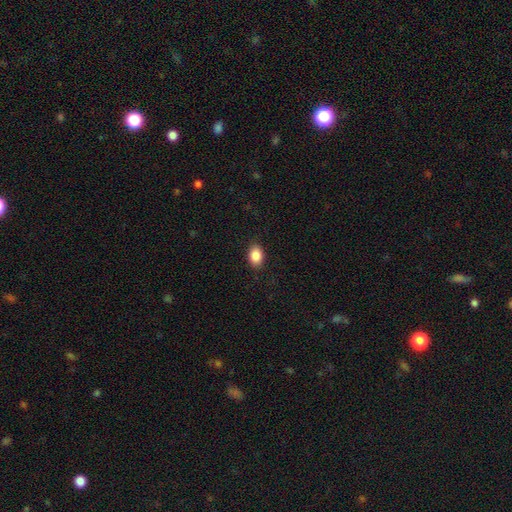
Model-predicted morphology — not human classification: Smooth or featured? Predicted: smooth (p=0.88). How rounded? Predicted: in between (p=0.80). Merging? Predicted: none (p=0.88).